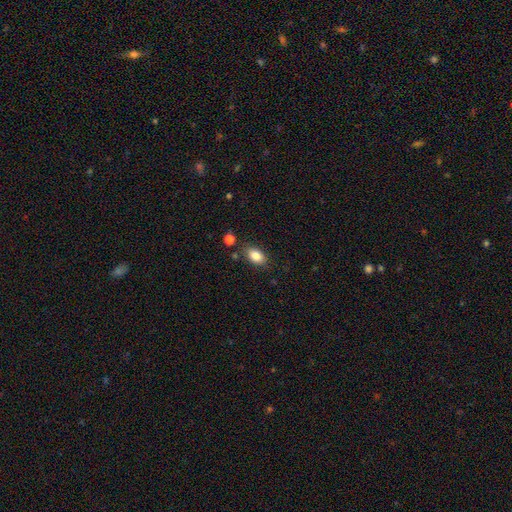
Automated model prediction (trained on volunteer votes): This appears to be a smooth galaxy with no disk features (85%) that is in between round and cigar-shaped (88%). Merging: none (80%).